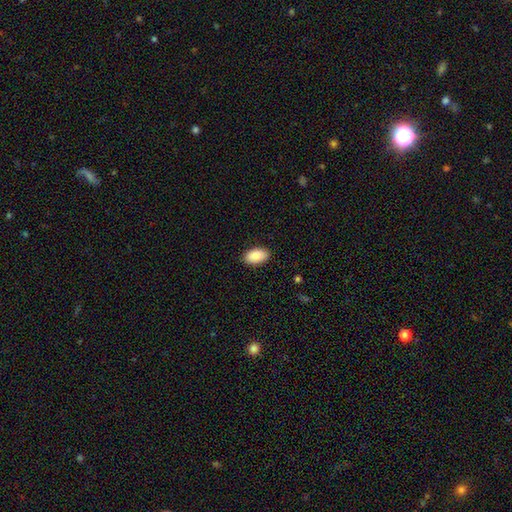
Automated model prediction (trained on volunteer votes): smooth 89%, star or artifact 6%, featured or disk 4%. Down the decision tree: how rounded — in between (95%); merging — none (89%).